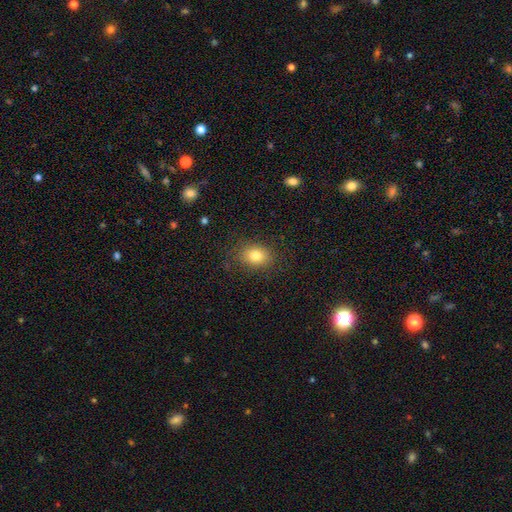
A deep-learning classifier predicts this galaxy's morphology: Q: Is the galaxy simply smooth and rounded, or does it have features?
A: smooth — 80%.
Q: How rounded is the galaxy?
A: in between — 61%.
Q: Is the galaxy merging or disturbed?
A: none — 84%.